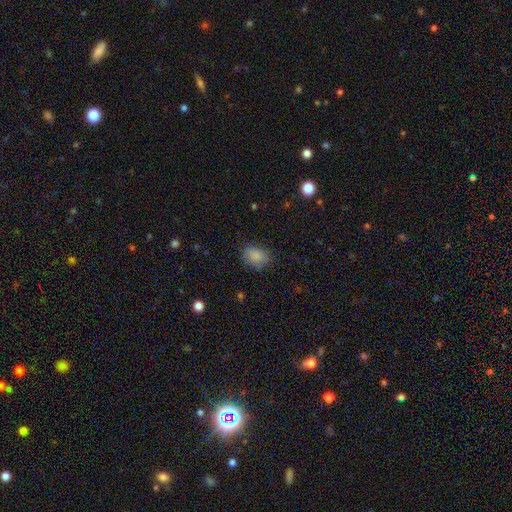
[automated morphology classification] type=smooth (84%); roundness=in between (63%); merging=none (77%).